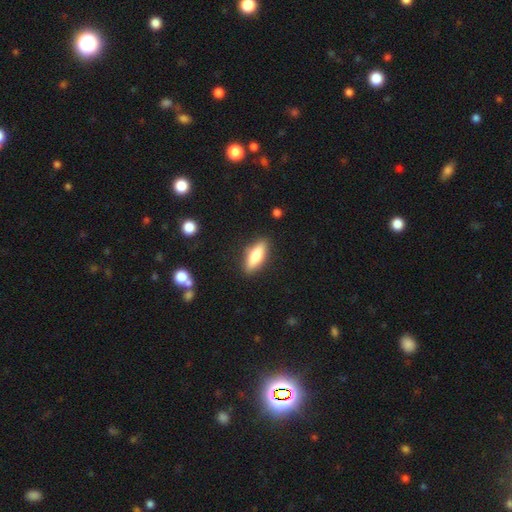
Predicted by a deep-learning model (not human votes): smooth_or_featured: smooth (p=0.69) [alt: featured or disk p=0.25]
how_rounded: in between (p=0.58) [alt: cigar-shaped p=0.39]
merging: none (p=0.88) [alt: minor disturbance p=0.09]